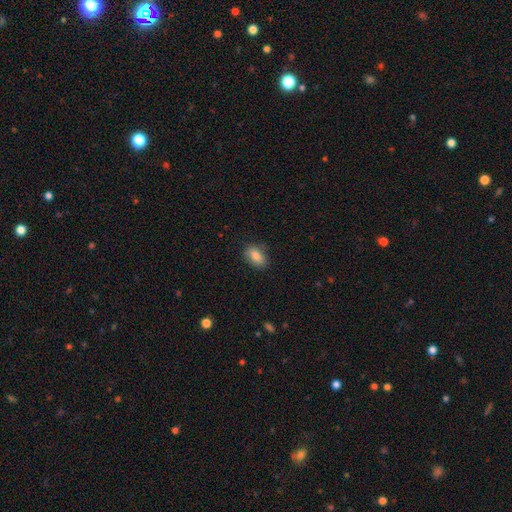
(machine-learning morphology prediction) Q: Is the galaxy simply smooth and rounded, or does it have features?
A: smooth — 86%.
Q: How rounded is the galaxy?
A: in between — 89%.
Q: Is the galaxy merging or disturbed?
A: none — 82%.